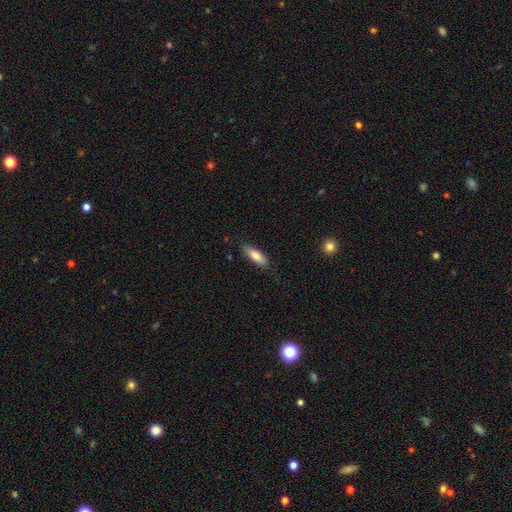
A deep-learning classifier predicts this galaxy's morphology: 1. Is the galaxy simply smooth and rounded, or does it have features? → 80% smooth, 13% featured or disk, 6% star or artifact.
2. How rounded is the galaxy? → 55% in between, 43% cigar-shaped, 2% round.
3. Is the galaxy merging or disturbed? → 81% none, 15% minor disturbance, 3% major disturbance, 1% merger.